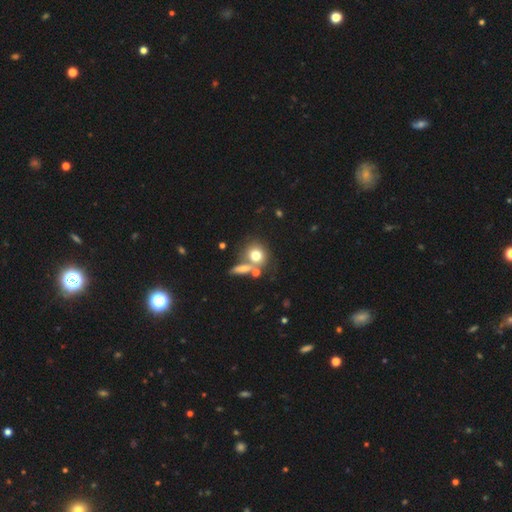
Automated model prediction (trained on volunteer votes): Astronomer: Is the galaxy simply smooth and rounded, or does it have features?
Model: smooth — 74%.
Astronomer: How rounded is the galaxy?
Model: round — 75%.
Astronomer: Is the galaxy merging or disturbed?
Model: none — 49% (runner-up: merger, 34%).